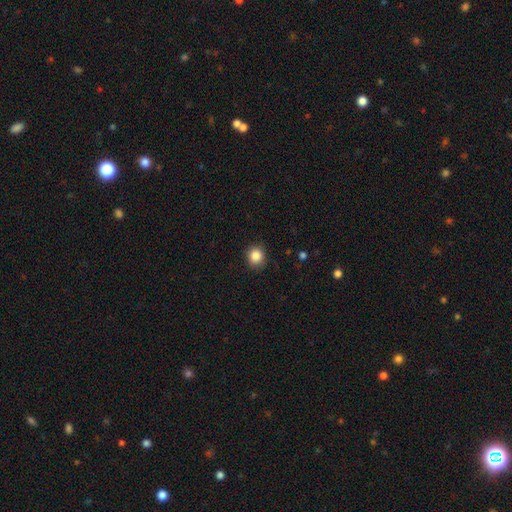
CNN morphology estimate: Smooth or featured: smooth — 86% (star or artifact — 10%)
How rounded: round — 82% (in between — 17%)
Merging: none — 86% (minor disturbance — 10%)